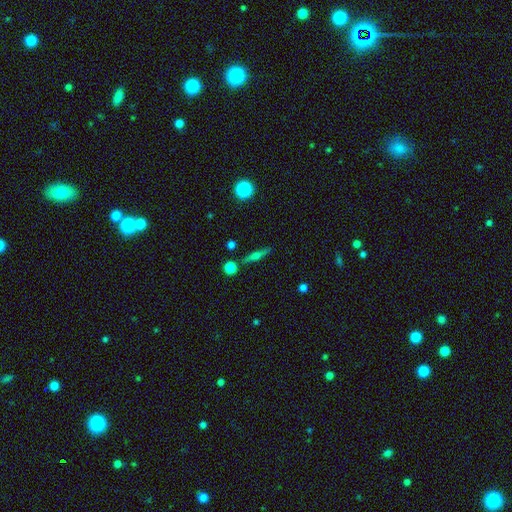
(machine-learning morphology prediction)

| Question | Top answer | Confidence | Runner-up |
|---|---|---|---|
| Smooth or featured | featured or disk | 46% | smooth (45%) |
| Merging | none | 83% | minor disturbance (10%) |